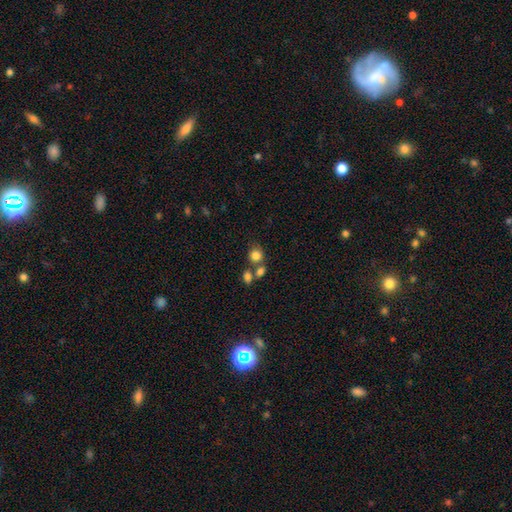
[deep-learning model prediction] Smooth or featured? Predicted: smooth (p=0.81). How rounded? Predicted: round (p=0.76). Merging? Predicted: none (p=0.50).